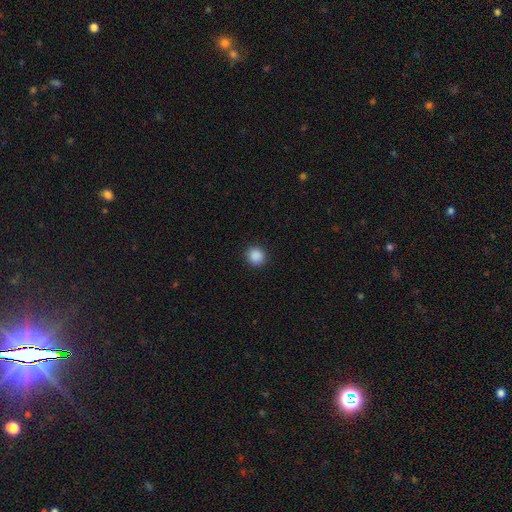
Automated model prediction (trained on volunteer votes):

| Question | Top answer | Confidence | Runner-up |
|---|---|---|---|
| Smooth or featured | smooth | 89% | star or artifact (9%) |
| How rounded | round | 91% | in between (8%) |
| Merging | none | 91% | minor disturbance (6%) |